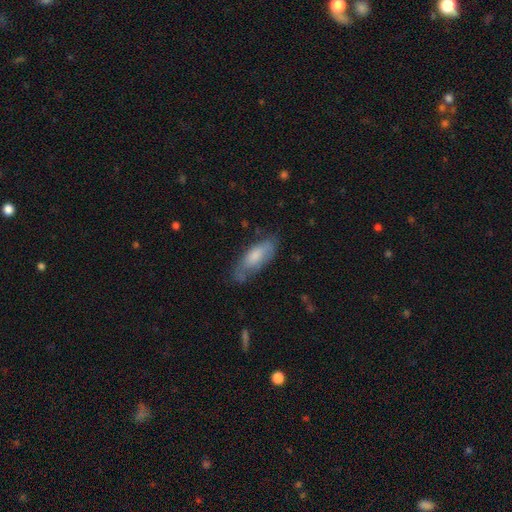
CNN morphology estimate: Smooth or featured?
  - smooth: 70% *
  - featured or disk: 24%
  - star or artifact: 6%
How rounded?
  - in between: 69% *
  - cigar-shaped: 29%
  - round: 2%
Merging?
  - none: 58% *
  - minor disturbance: 30%
  - major disturbance: 10%
  - merger: 3%